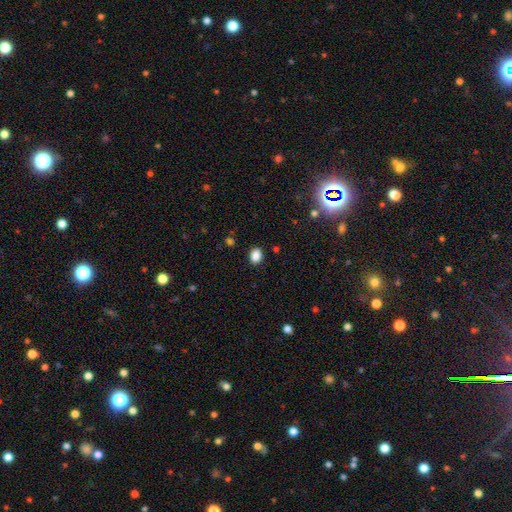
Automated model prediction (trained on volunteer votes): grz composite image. It shows a smooth galaxy with no disk features (87%) that is in between round and cigar-shaped (64%). Merging: none (89%).